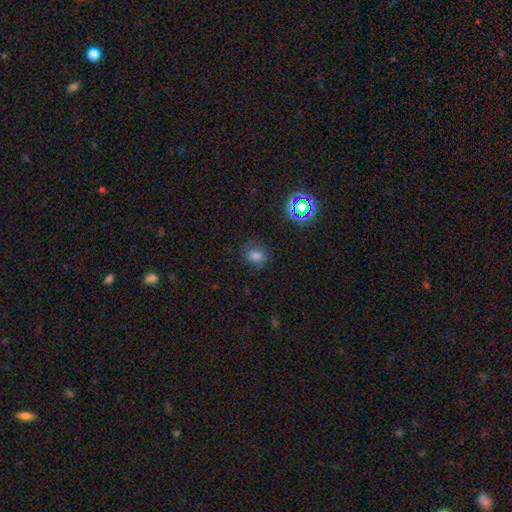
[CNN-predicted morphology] smooth_or_featured: smooth (p=0.73) [alt: star or artifact p=0.19]
how_rounded: round (p=0.54) [alt: in between p=0.45]
merging: none (p=0.77) [alt: minor disturbance p=0.16]